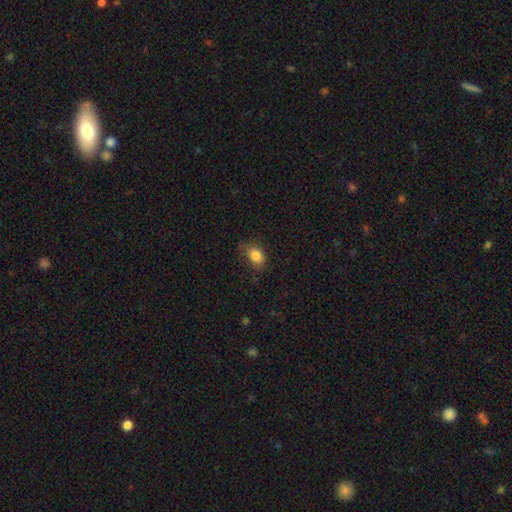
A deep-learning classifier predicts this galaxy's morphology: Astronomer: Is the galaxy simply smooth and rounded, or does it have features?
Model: smooth — 83%.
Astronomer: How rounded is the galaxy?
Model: in between — 73%.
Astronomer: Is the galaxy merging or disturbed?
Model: none — 71%.